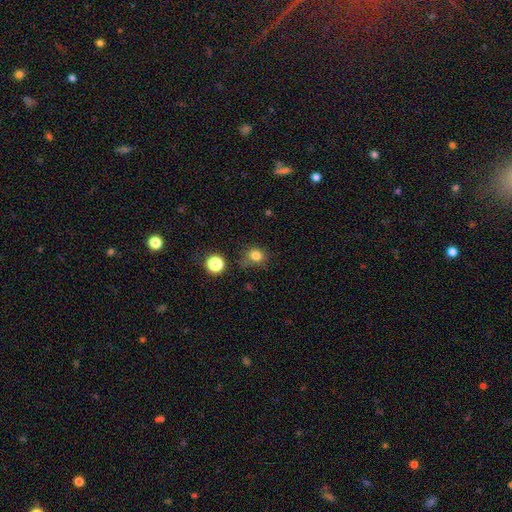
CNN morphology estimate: A smooth galaxy with no disk features (80%) that is round (76%).

Vote fractions:
- Smooth or featured? smooth: 80% / star or artifact: 14% / featured or disk: 6%
- How rounded? round: 76% / in between: 23% / cigar-shaped: 1%
- Merging? none: 64% / minor disturbance: 22% / major disturbance: 8% / merger: 6%